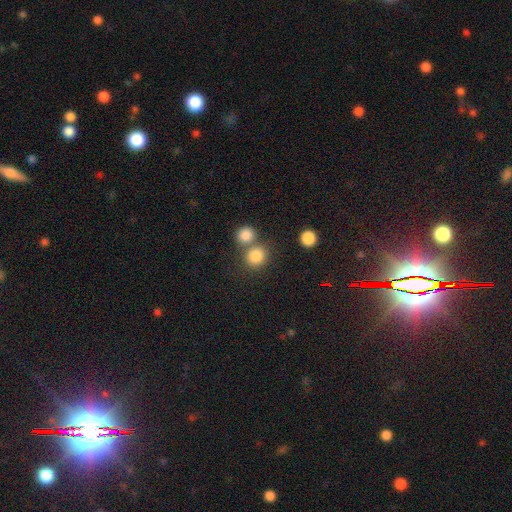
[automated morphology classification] Smooth or featured: smooth — 83% (star or artifact — 11%)
How rounded: round — 83% (in between — 16%)
Merging: none — 55% (merger — 34%)